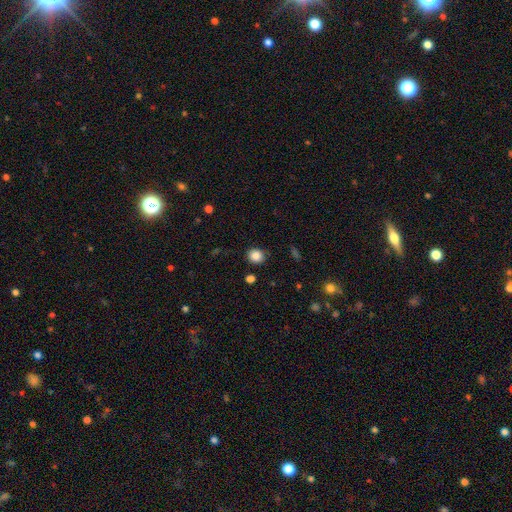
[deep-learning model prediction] smooth 86%, star or artifact 10%, featured or disk 5%. Down the decision tree: how rounded — round (80%); merging — none (86%).